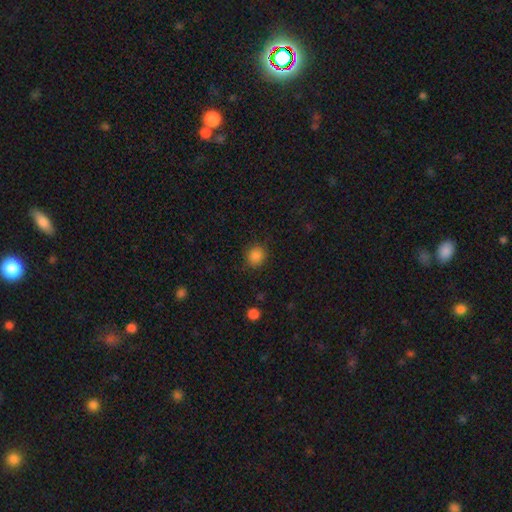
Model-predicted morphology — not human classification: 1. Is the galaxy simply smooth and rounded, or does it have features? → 86% smooth, 11% star or artifact, 3% featured or disk.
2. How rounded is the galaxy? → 84% round, 15% in between, 1% cigar-shaped.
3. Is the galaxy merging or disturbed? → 88% none, 8% minor disturbance, 3% major disturbance, 1% merger.